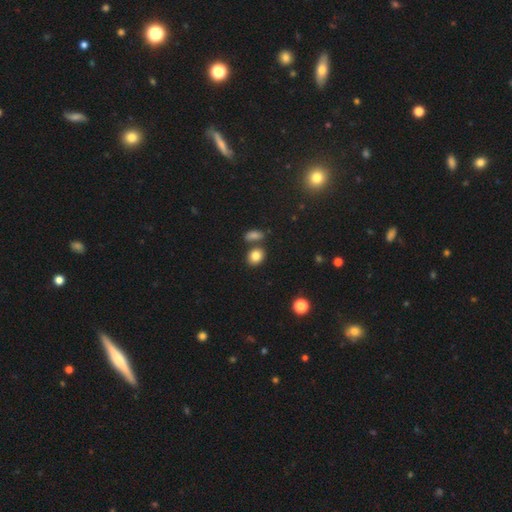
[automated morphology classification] smooth-or-featured: smooth: 82% | star or artifact: 11% | featured or disk: 7%
  how-rounded: in between: 53% | round: 46% | cigar-shaped: 1%
  merging: none: 69% | merger: 17% | minor disturbance: 11% | major disturbance: 3%